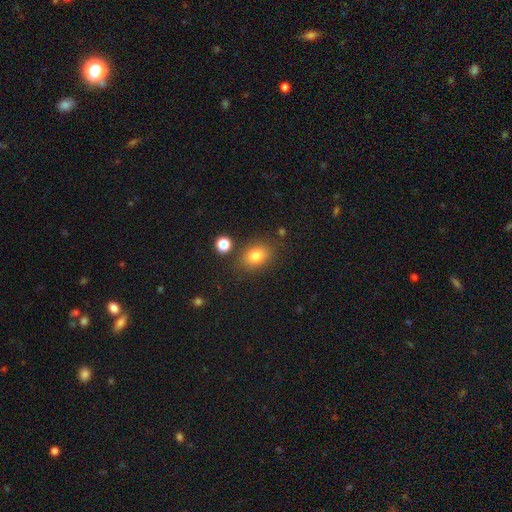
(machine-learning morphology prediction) smooth-or-featured: smooth: 81% | star or artifact: 11% | featured or disk: 8%
  how-rounded: in between: 65% | round: 34% | cigar-shaped: 1%
  merging: none: 79% | minor disturbance: 12% | merger: 5% | major disturbance: 4%